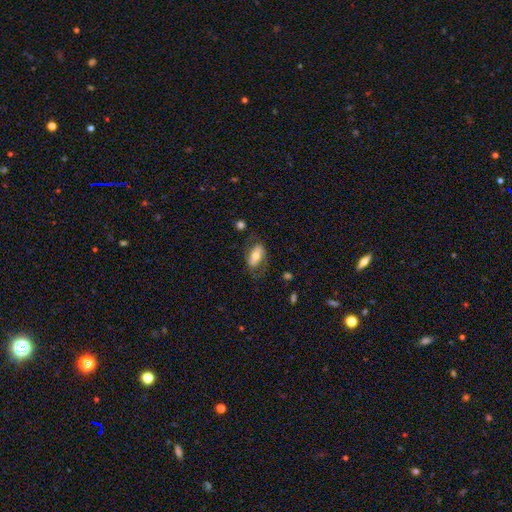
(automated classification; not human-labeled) Smooth or featured? smooth (57%)
How rounded? in between (88%)
Merging? none (64%)